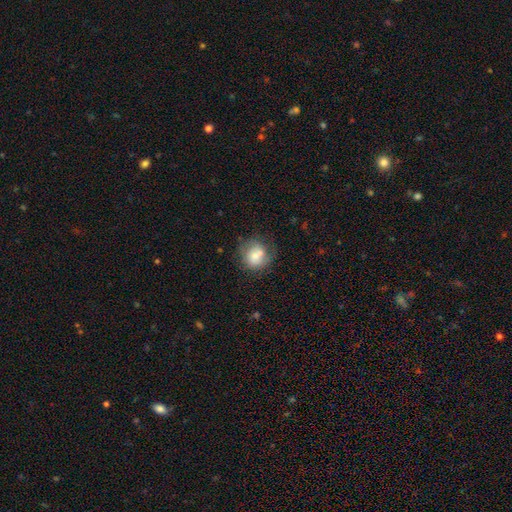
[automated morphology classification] Overall: smooth (69%). How rounded: round (81%). Merging: none (54%; minor disturbance 19%).